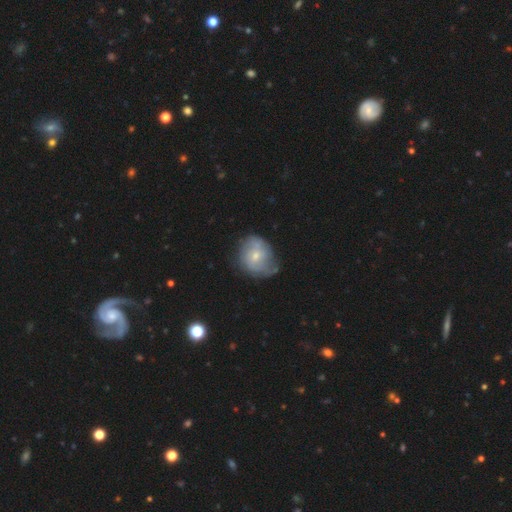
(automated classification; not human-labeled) Morphology: type=featured or disk (58%); edge-on=no (97%); bar=no (64%); spiral arms=yes (74%); bulge=small (60%); merging=none (53%).